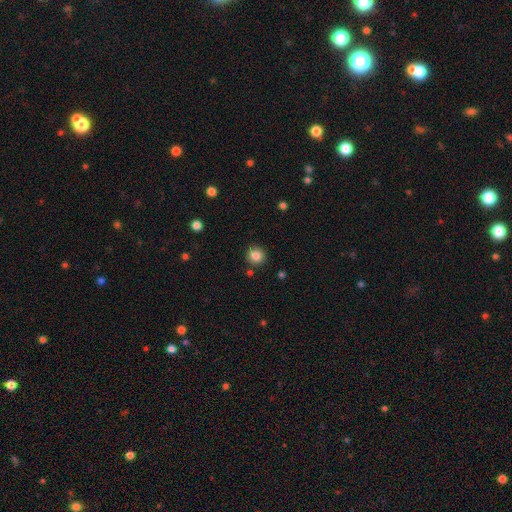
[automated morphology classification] smooth-or-featured: smooth: 84% | star or artifact: 11% | featured or disk: 5%
  how-rounded: round: 92% | in between: 7% | cigar-shaped: 1%
  merging: none: 88% | minor disturbance: 7% | merger: 3% | major disturbance: 2%